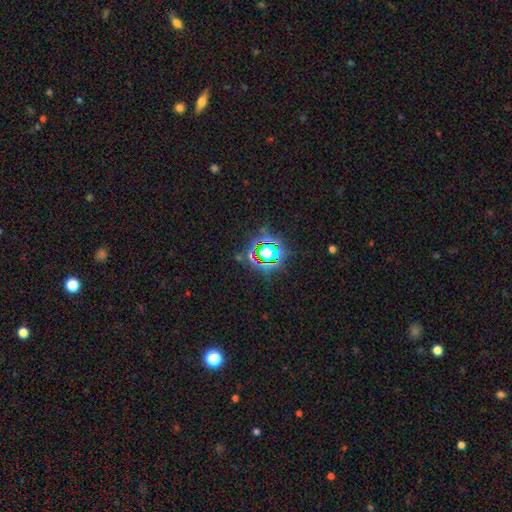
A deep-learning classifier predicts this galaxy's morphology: Overall: star or artifact (76%).